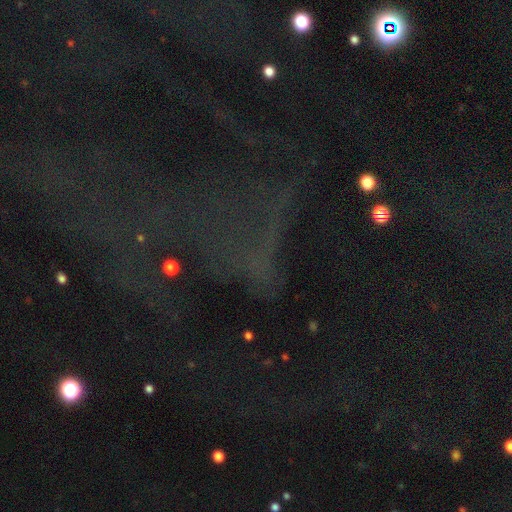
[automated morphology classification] Smooth or featured: star or artifact — 72% (smooth — 14%)